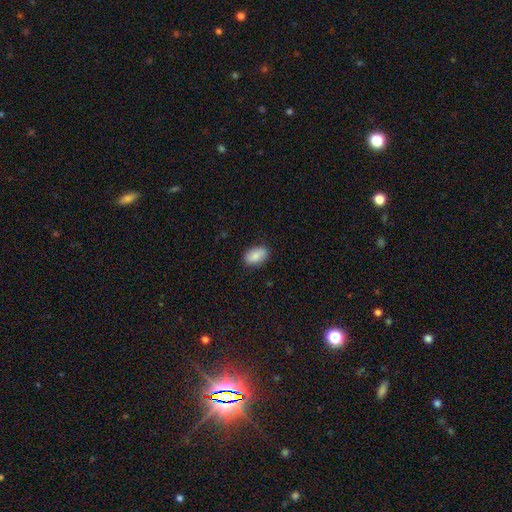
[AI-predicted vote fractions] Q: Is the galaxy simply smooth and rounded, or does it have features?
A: smooth — 83%.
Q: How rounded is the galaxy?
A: in between — 91%.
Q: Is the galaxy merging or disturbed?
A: none — 85%.